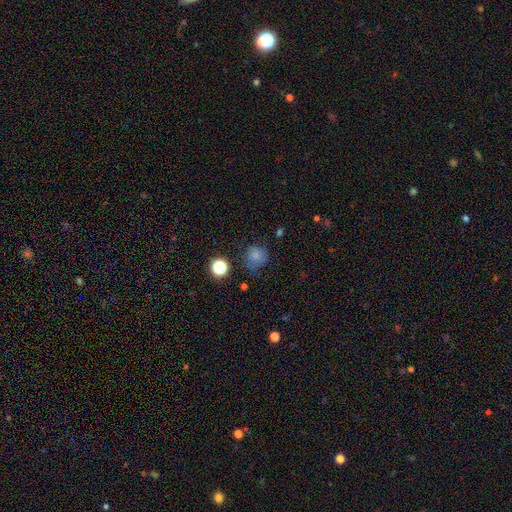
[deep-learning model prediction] The model was most divided on "merging": none: 65%, minor disturbance: 23%, major disturbance: 10%, merger: 3%. More confident: how rounded — round (85%); smooth or featured — smooth (75%).